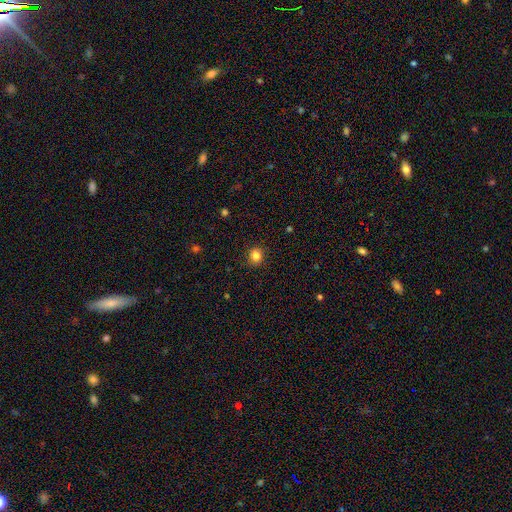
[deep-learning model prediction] Overall: smooth (84%). How rounded: round (84%). Merging: none (87%).